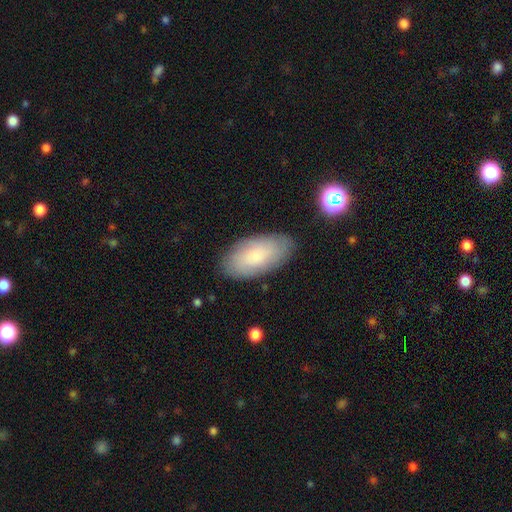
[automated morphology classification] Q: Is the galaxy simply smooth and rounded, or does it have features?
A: smooth — 73%.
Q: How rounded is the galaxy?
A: in between — 94%.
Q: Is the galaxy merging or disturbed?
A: none — 82%.